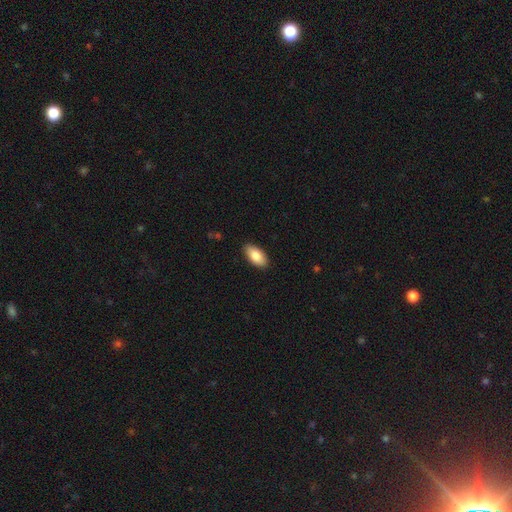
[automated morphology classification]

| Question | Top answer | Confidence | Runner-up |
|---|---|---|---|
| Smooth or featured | smooth | 86% | featured or disk (8%) |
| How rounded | in between | 94% | cigar-shaped (4%) |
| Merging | none | 89% | minor disturbance (9%) |